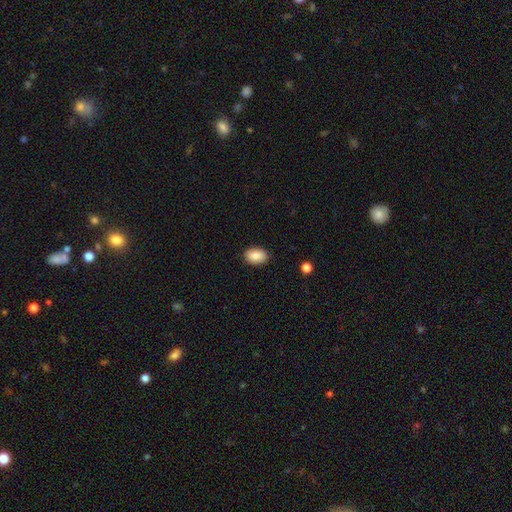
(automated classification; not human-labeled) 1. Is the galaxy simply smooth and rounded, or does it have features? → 88% smooth, 7% star or artifact, 5% featured or disk.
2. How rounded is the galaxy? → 85% in between, 13% round, 1% cigar-shaped.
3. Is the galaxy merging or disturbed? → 87% none, 10% minor disturbance, 2% major disturbance, 1% merger.